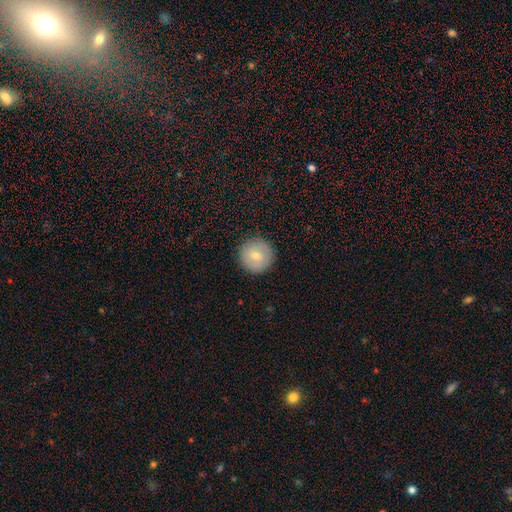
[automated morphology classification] smooth 73%, featured or disk 19%, star or artifact 8%. Down the decision tree: how rounded — round (96%); merging — none (90%).